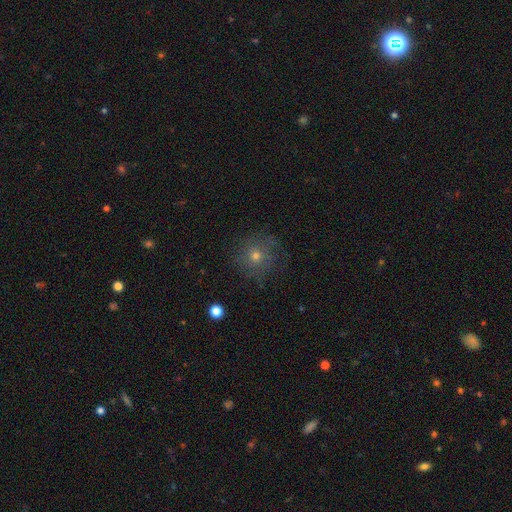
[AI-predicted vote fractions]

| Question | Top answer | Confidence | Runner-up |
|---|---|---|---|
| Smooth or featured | smooth | 54% | featured or disk (26%) |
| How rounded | round | 91% | in between (8%) |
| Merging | none | 78% | minor disturbance (14%) |